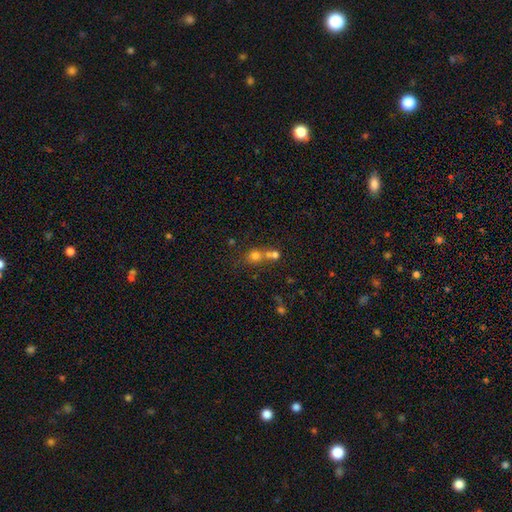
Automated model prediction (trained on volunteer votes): Smooth or featured: smooth — 65% (star or artifact — 21%)
How rounded: round — 82% (in between — 17%)
Merging: merger — 46% (none — 42%)